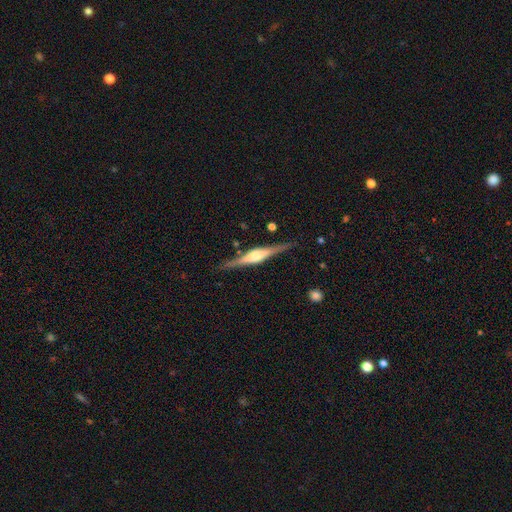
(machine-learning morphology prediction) A featured or disk galaxy (81%) viewed edge-on (98%) with a rounded central bulge (81%).

Vote fractions:
- Smooth or featured? featured or disk: 81% / smooth: 13% / star or artifact: 5%
- Edge-on disk? yes: 98% / no: 2%
- Edge-on bulge? rounded: 81% / boxy: 15% / none: 4%
- Merging? none: 87% / minor disturbance: 9% / major disturbance: 2% / merger: 2%